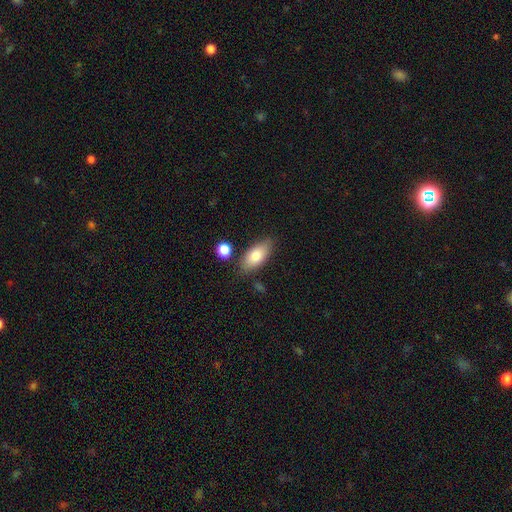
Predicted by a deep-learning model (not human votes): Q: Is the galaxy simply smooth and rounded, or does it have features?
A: smooth — 80%.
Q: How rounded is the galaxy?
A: in between — 87%.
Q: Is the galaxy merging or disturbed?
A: none — 78%.